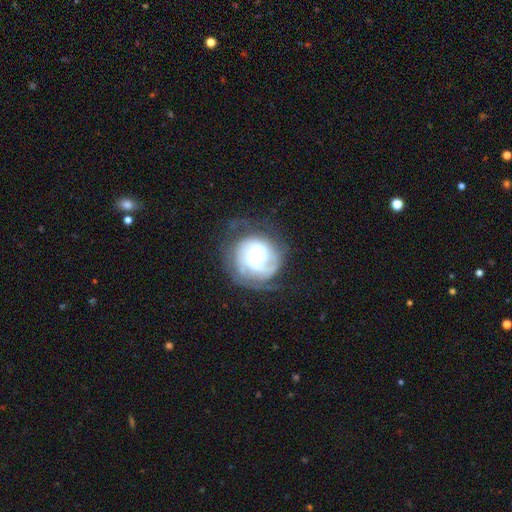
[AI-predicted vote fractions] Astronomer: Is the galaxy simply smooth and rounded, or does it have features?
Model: featured or disk — 78%.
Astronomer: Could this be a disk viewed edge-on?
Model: no — 98%.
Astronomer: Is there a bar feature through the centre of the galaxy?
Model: no — 61%.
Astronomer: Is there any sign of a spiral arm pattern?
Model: yes — 88%.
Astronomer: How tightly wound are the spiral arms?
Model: tight — 64%.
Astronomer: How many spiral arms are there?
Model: can't tell — 39% (runner-up: 2, 29%).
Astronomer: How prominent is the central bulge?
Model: moderate — 51% (runner-up: small, 41%).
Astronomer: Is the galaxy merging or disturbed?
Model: none — 64%.